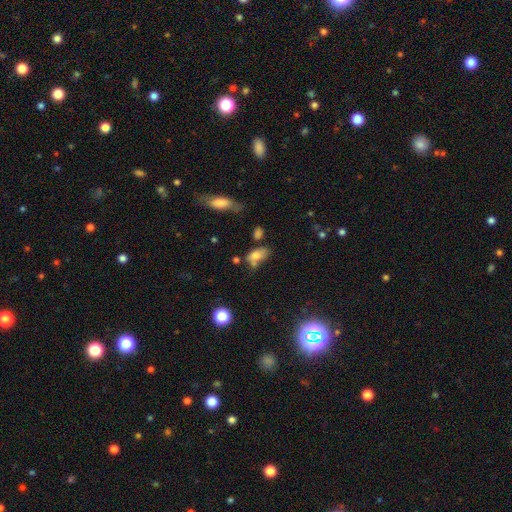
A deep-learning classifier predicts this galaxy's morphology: A smooth galaxy with no disk features (71%) that is in between round and cigar-shaped (85%). Merging: none (39%).